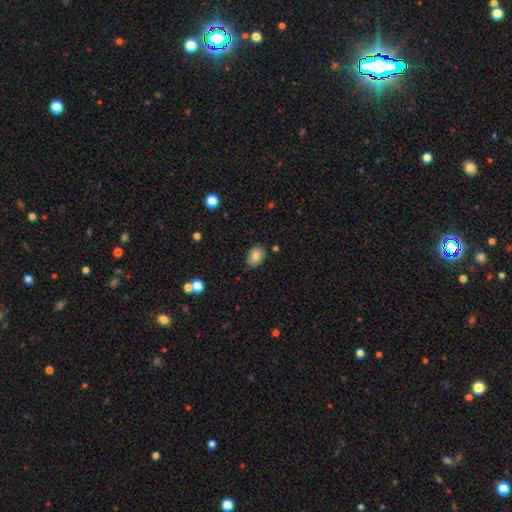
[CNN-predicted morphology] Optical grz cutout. It shows a smooth galaxy with no disk features (80%) that is in between round and cigar-shaped (79%). Merging: none (80%).